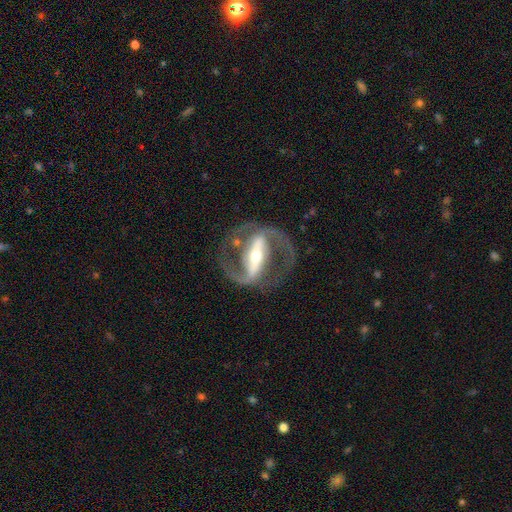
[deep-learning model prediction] Smooth or featured? Predicted: featured or disk (p=0.92). Edge-on disk? Predicted: no (p=0.94). Bar? Predicted: strong (p=0.81). Spiral arms? Predicted: yes (p=0.94). Spiral winding? Predicted: medium (p=0.60). Spiral arm count? Predicted: 2 (p=0.93). Bulge size? Predicted: moderate (p=0.49). Merging? Predicted: none (p=0.78).